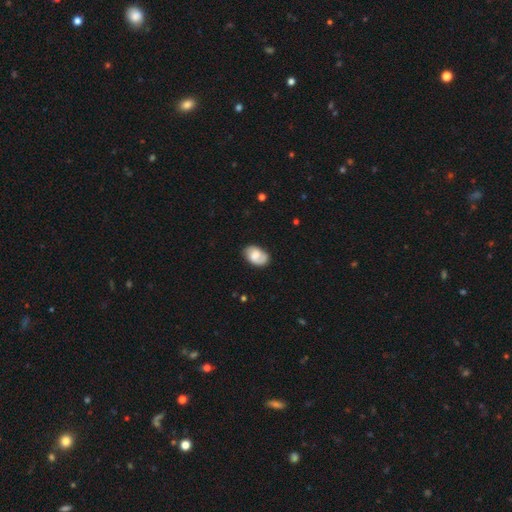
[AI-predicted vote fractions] The model was most divided on "smooth or featured": smooth: 59%, featured or disk: 33%, star or artifact: 7%. More confident: how rounded — in between (87%); merging — none (70%).